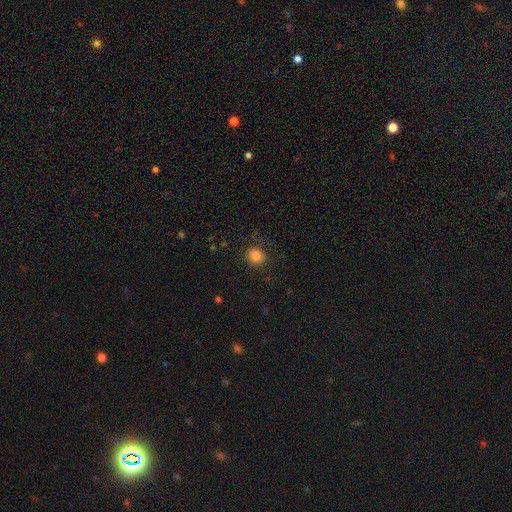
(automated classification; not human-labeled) Smooth or featured?
  - smooth: 84% *
  - star or artifact: 11%
  - featured or disk: 5%
How rounded?
  - round: 72% *
  - in between: 27%
  - cigar-shaped: 1%
Merging?
  - none: 82% *
  - minor disturbance: 11%
  - major disturbance: 6%
  - merger: 1%